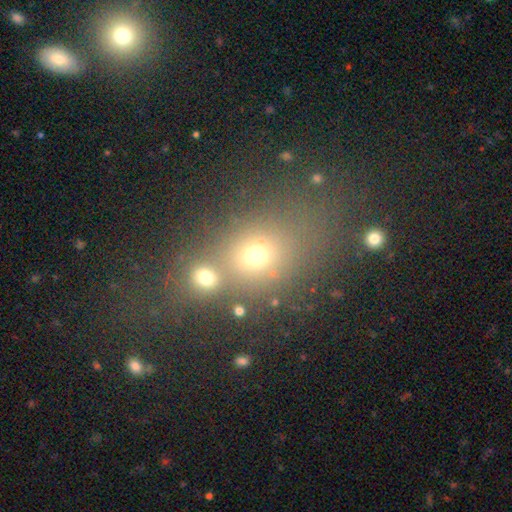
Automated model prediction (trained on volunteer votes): Morphology: type=smooth (58%); roundness=round (50%); merging=none (45%).